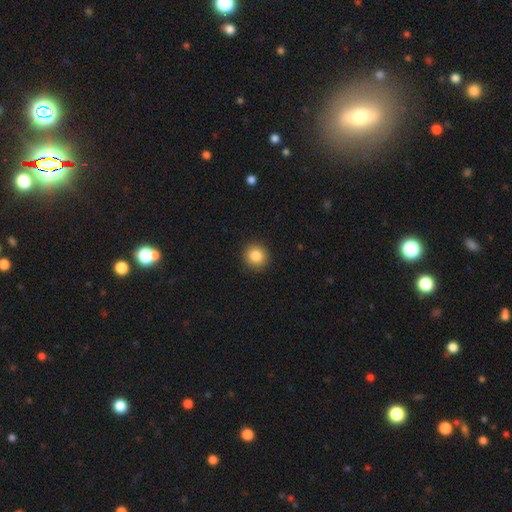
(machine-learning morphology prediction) A smooth galaxy with no disk features (85%) that is round (91%). Merging: none (92%).